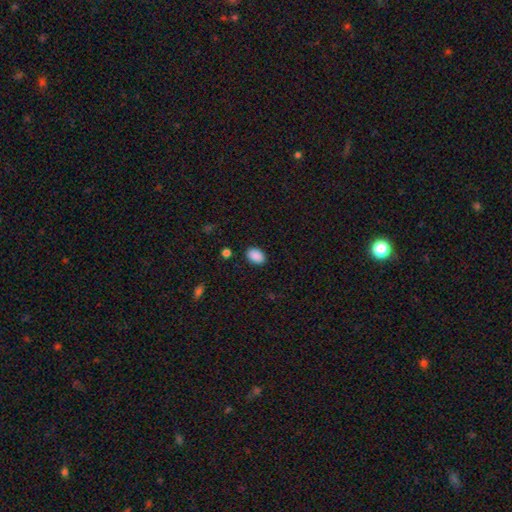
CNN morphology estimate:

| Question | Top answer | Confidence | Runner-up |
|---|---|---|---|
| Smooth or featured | smooth | 90% | star or artifact (8%) |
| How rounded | in between | 85% | round (14%) |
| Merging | none | 88% | minor disturbance (8%) |